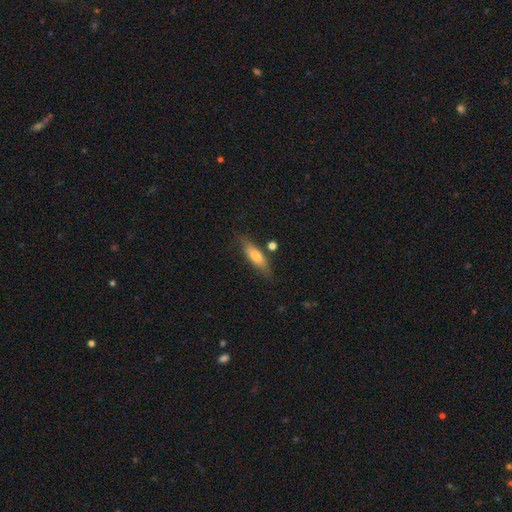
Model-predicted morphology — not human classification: This is likely a smooth galaxy (68%). How rounded: possibly cigar-shaped (50%). Merging: likely none (71%).